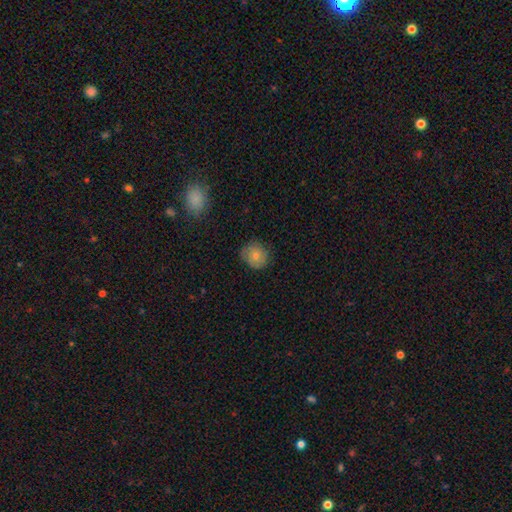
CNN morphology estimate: This appears to be a smooth galaxy with no disk features (74%) that is round (83%). Merging: none (76%).